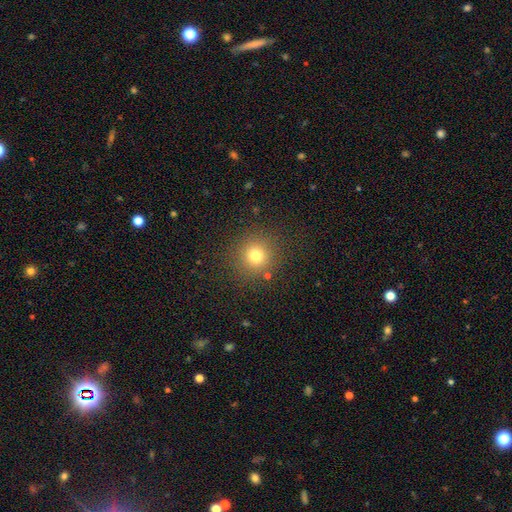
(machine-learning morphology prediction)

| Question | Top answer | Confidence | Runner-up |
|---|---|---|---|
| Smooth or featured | smooth | 76% | star or artifact (16%) |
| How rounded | round | 93% | in between (6%) |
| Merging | none | 87% | minor disturbance (7%) |